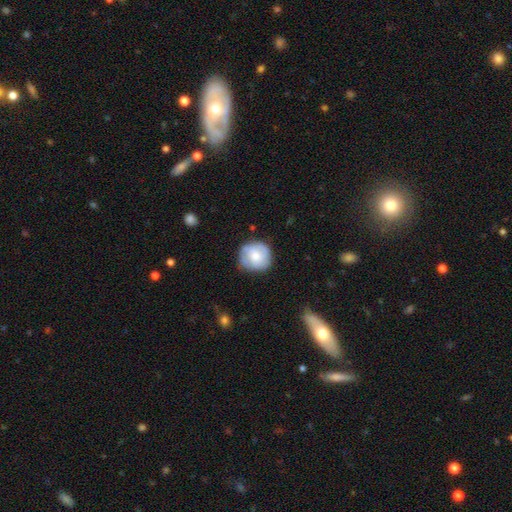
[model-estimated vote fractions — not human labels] Smooth or featured? Predicted: smooth (p=0.60). How rounded? Predicted: round (p=0.90). Merging? Predicted: none (p=0.76).